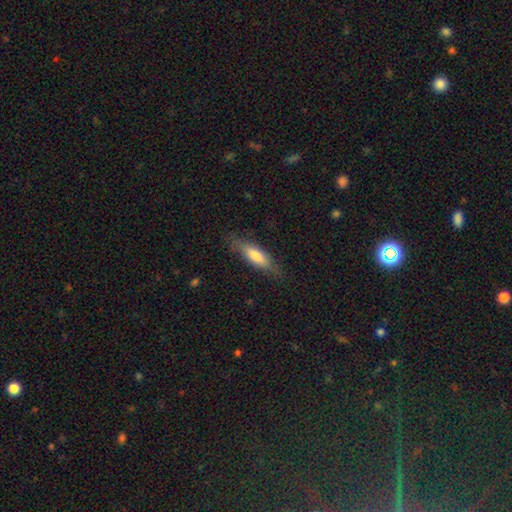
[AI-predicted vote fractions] Smooth or featured? smooth (68%)
How rounded? cigar-shaped (56%)
Merging? none (76%)